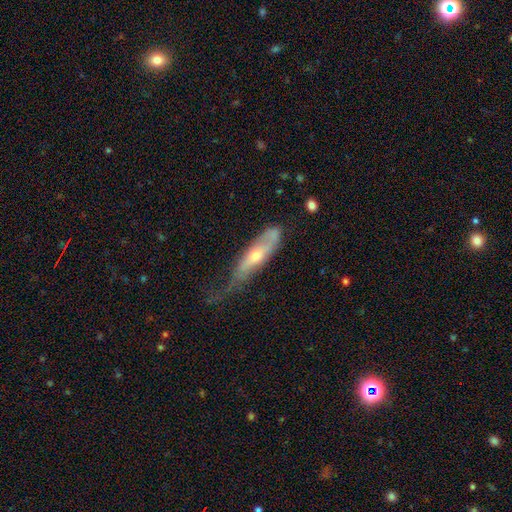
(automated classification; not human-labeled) This appears to be a featured or disk galaxy (58%). Merging: minor disturbance (37%).